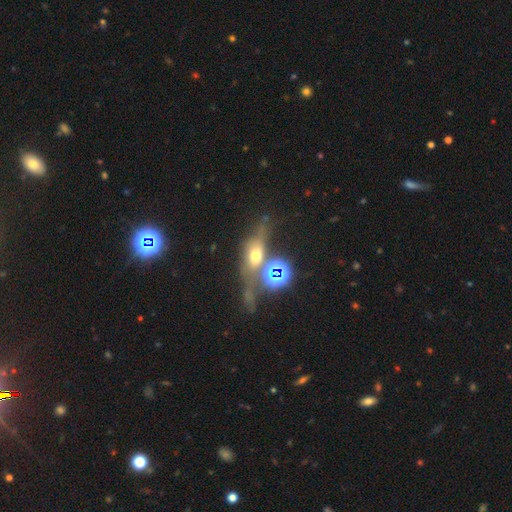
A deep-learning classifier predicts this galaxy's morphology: Smooth or featured? smooth (47%)
Merging? none (44%)